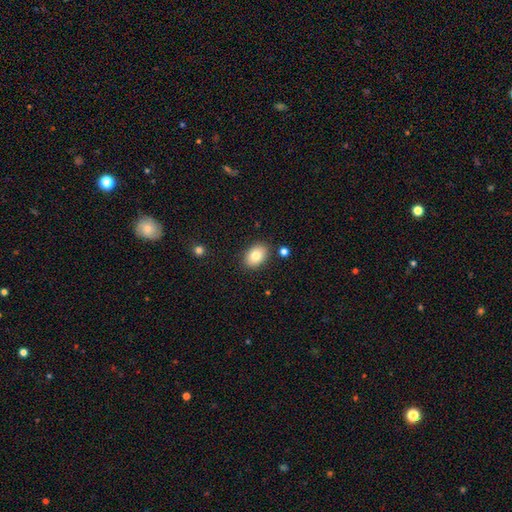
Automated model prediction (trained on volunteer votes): This is clearly a smooth galaxy (83%). How rounded: clearly in between (83%). Merging: clearly none (86%).